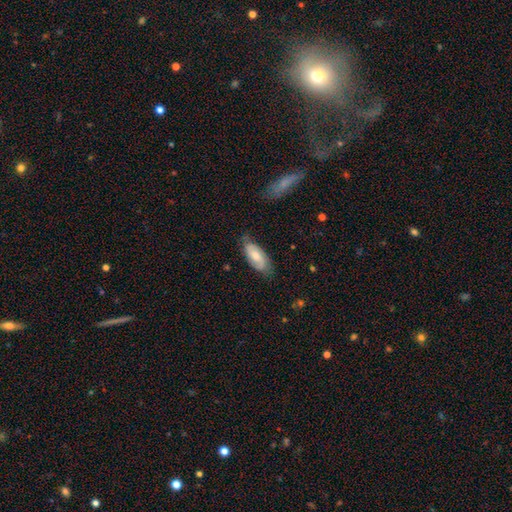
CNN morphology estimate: smooth-or-featured: smooth: 55% | featured or disk: 38% | star or artifact: 6%
  how-rounded: in between: 86% | cigar-shaped: 11% | round: 2%
  merging: none: 71% | minor disturbance: 23% | major disturbance: 5% | merger: 1%